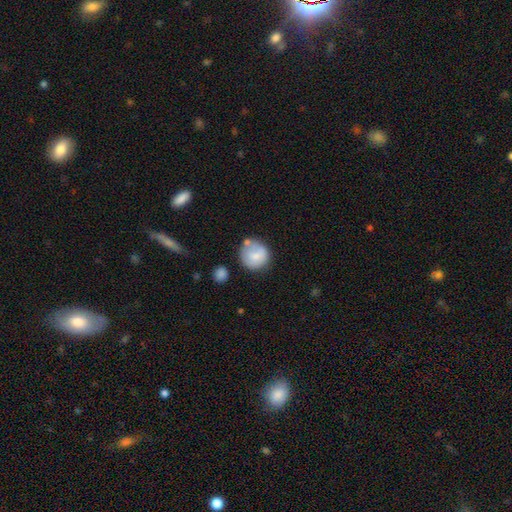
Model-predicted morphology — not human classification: Overall: smooth (73%). How rounded: round (89%). Merging: none (60%; minor disturbance 22%).